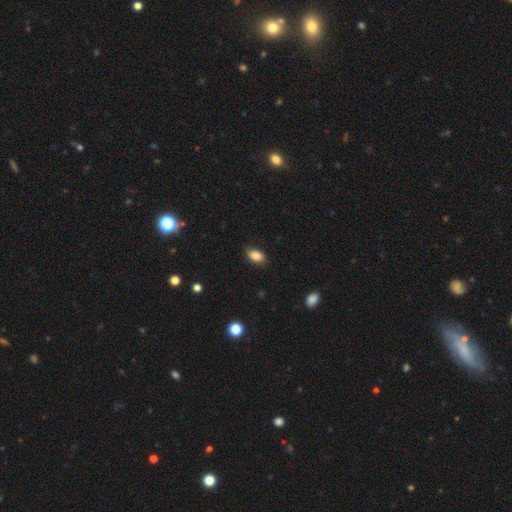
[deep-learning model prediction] A smooth galaxy with no disk features (84%) that is in between round and cigar-shaped (90%).

Vote fractions:
- Smooth or featured? smooth: 84% / star or artifact: 8% / featured or disk: 7%
- How rounded? in between: 90% / round: 7% / cigar-shaped: 3%
- Merging? none: 84% / minor disturbance: 13% / major disturbance: 2% / merger: 1%